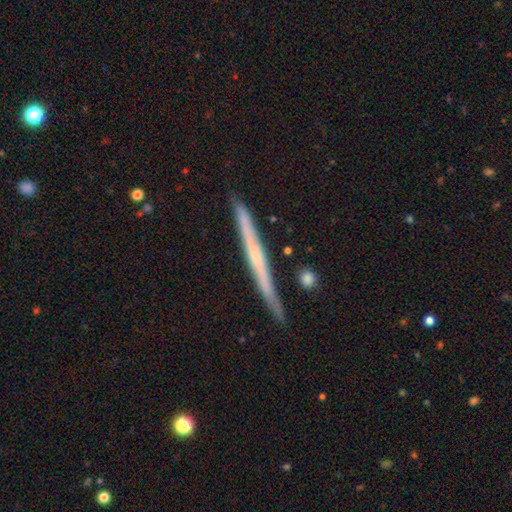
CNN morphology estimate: Smooth or featured?
  - featured or disk: 65% *
  - smooth: 29%
  - star or artifact: 6%
Edge-on disk?
  - yes: 97% *
  - no: 3%
Edge-on bulge?
  - none: 63% *
  - rounded: 31%
  - boxy: 6%
Merging?
  - none: 87% *
  - minor disturbance: 9%
  - merger: 2%
  - major disturbance: 2%